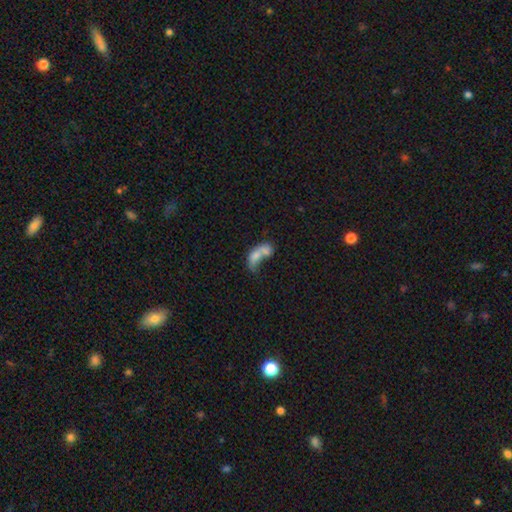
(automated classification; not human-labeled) The model was most divided on "smooth or featured": smooth: 62%, featured or disk: 28%, star or artifact: 10%. More confident: how rounded — in between (80%); merging — merger (64%).